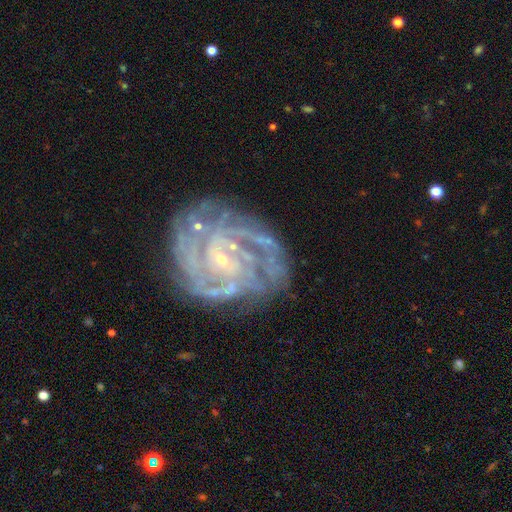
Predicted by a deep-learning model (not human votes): This is clearly a featured or disk galaxy (87%). It is clearly not viewed edge-on (97%). Bar: possibly no (53%). Spiral arm pattern: clearly yes (96%). Spiral arm count: marginally can't tell (26%). Spiral winding: likely tight (68%). Central bulge: clearly small (83%). Merging: likely none (72%).